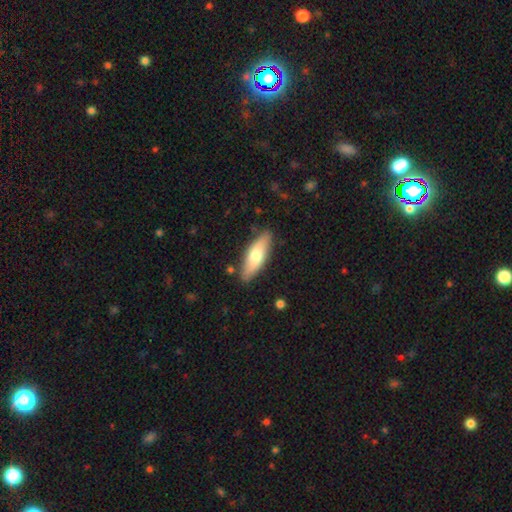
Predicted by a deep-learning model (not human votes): Smooth or featured?
  - smooth: 65% *
  - featured or disk: 29%
  - star or artifact: 5%
How rounded?
  - in between: 58% *
  - cigar-shaped: 40%
  - round: 2%
Merging?
  - none: 85% *
  - minor disturbance: 11%
  - major disturbance: 2%
  - merger: 2%